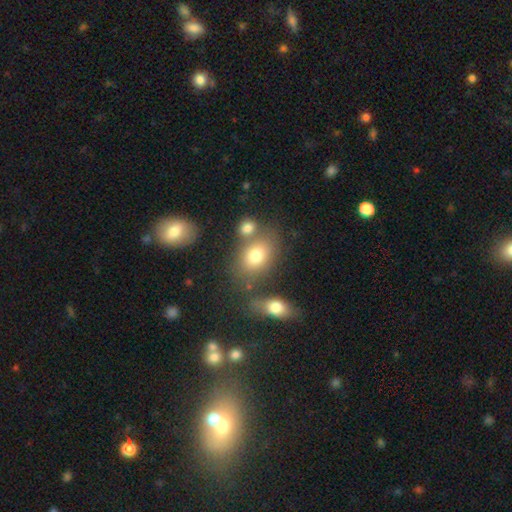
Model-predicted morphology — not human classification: This appears to be a smooth galaxy with no disk features (75%) that is in between round and cigar-shaped (75%). Merging: none (55%).